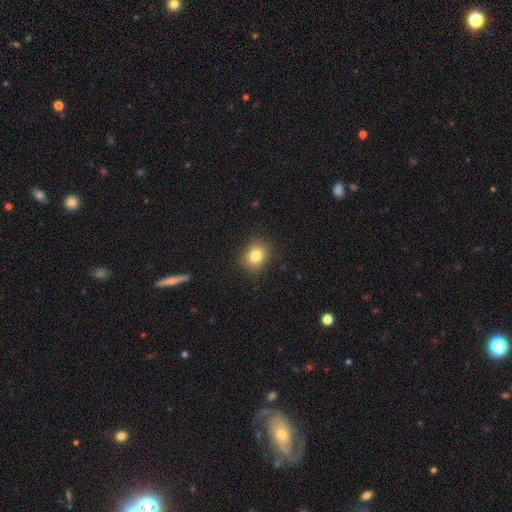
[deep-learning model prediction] smooth-or-featured: smooth: 81% | star or artifact: 11% | featured or disk: 8%
  how-rounded: round: 62% | in between: 37% | cigar-shaped: 1%
  merging: none: 85% | minor disturbance: 11% | major disturbance: 3% | merger: 1%